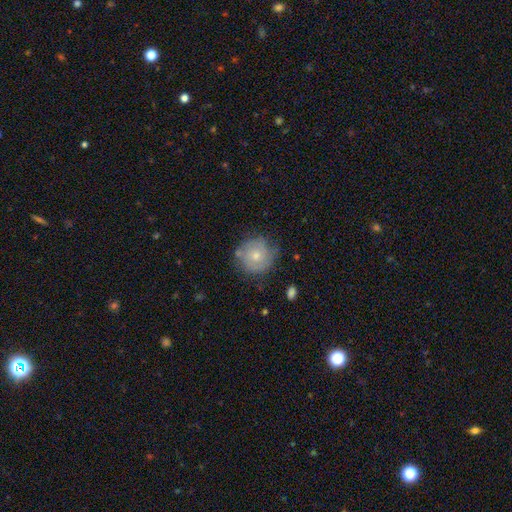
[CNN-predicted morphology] Q: Smooth or featured?
A: smooth (52%); runner-up: featured or disk (41%)
Q: How rounded?
A: round (91%); runner-up: in between (8%)
Q: Merging?
A: none (67%); runner-up: minor disturbance (23%)